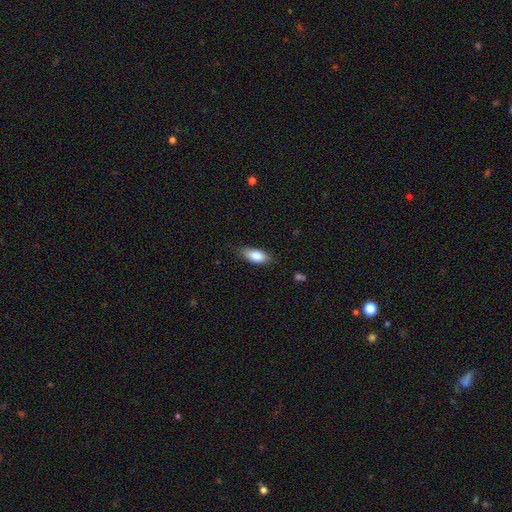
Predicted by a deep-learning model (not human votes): Overall: smooth (80%). How rounded: in between (84%). Merging: none (80%).